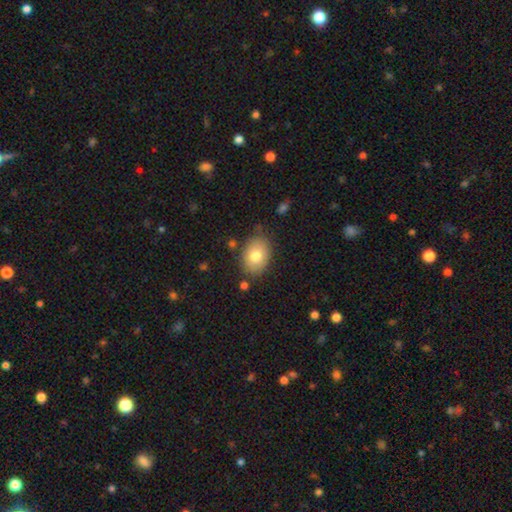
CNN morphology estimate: smooth 77%, featured or disk 15%, star or artifact 8%. Down the decision tree: how rounded — in between (72%); merging — none (81%).